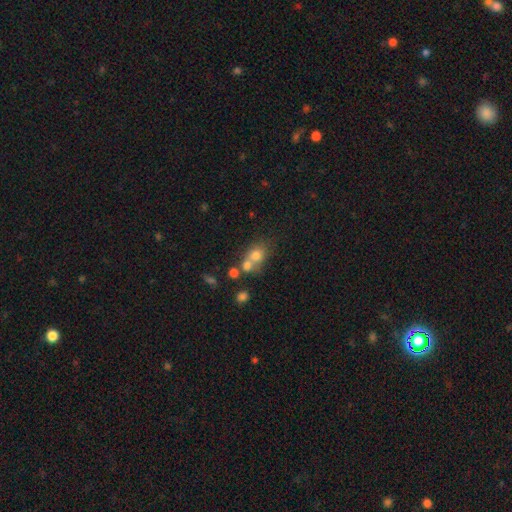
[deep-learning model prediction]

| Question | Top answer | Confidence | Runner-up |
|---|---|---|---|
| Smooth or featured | smooth | 71% | featured or disk (16%) |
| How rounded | round | 60% | in between (38%) |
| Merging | merger | 50% | none (35%) |